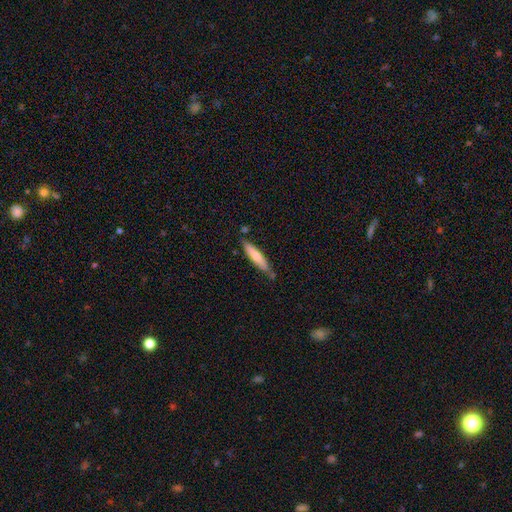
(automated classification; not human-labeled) Smooth or featured? smooth (63%)
How rounded? cigar-shaped (86%)
Merging? none (73%)